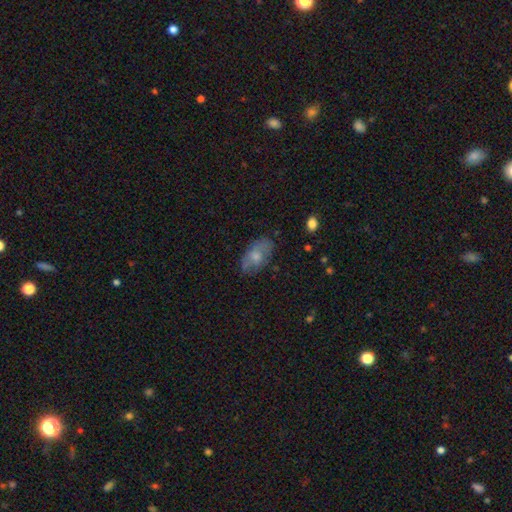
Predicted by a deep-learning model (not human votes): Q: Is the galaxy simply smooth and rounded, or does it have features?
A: smooth — 62%.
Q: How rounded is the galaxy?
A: in between — 91%.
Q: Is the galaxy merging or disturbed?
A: none — 64%.